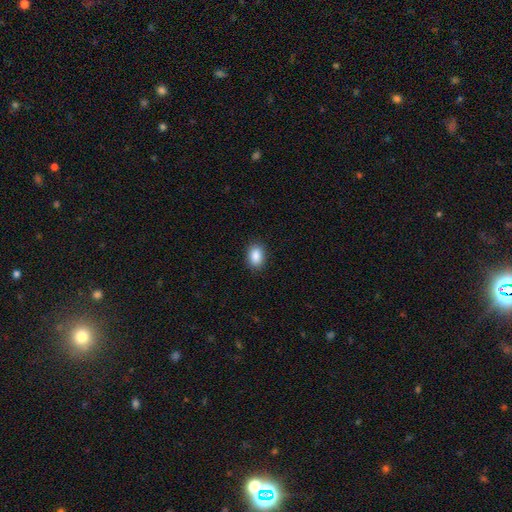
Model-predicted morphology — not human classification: This is clearly a smooth galaxy (89%). How rounded: clearly in between (81%). Merging: clearly none (88%).